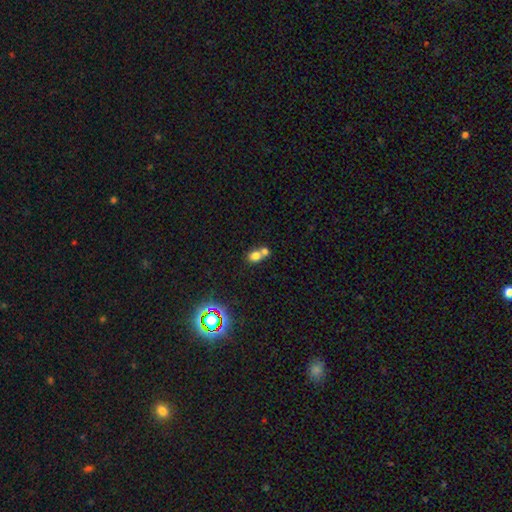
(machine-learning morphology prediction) Smooth or featured? smooth (73%)
How rounded? round (58%)
Merging? merger (57%)